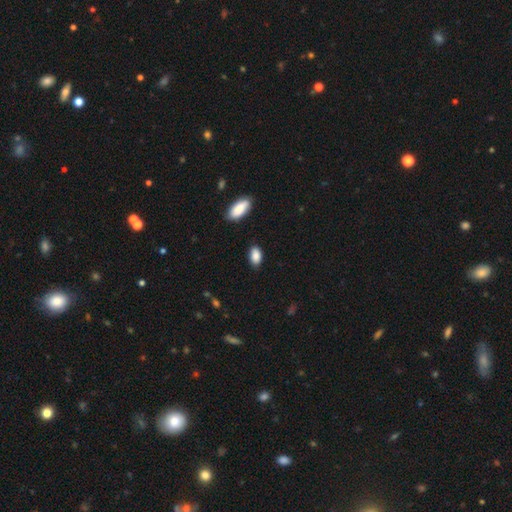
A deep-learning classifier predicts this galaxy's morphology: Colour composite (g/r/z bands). It shows a smooth galaxy with no disk features (88%) that is in between round and cigar-shaped (91%). Merging: none (83%).